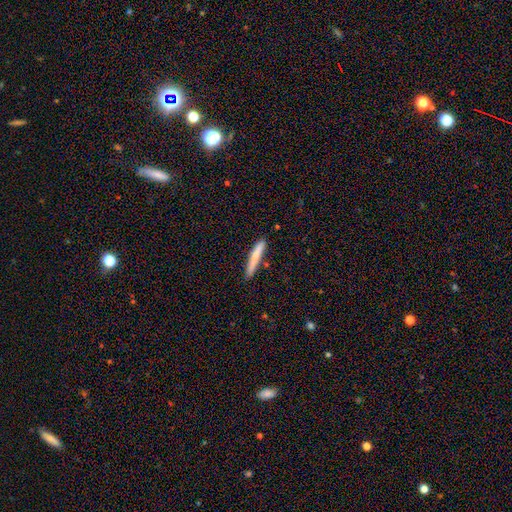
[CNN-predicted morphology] A smooth galaxy with no disk features (74%) that is cigar-shaped (94%). Merging: none (82%).